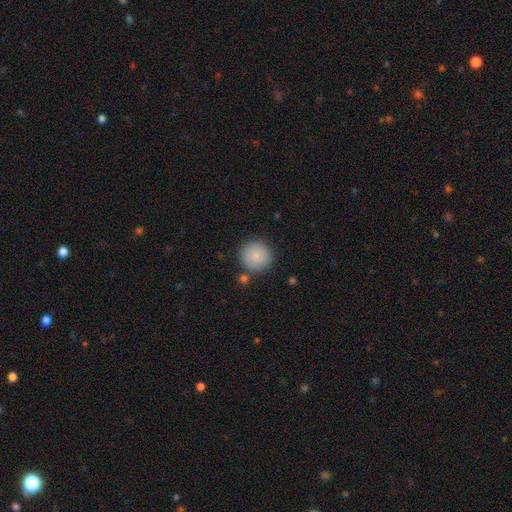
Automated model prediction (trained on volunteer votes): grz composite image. It shows a smooth galaxy with no disk features (84%) that is round (94%). Merging: none (82%).